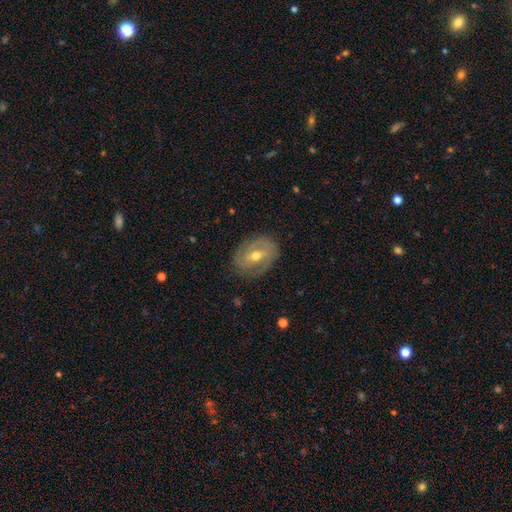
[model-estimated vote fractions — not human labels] The model was most divided on "bar": weak: 44%, no: 29%, strong: 27%. More confident: edge-on disk — no (95%); spiral arms — yes (87%); smooth or featured — featured or disk (79%); merging — none (79%); bulge size — moderate (70%); spiral arm count — 2 (66%); spiral winding — tight (52%).